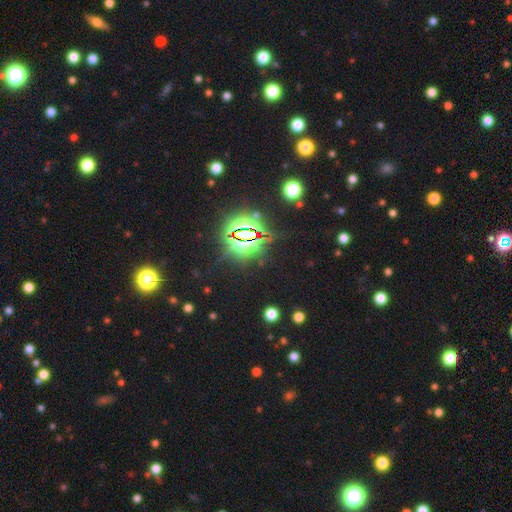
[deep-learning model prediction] Smooth or featured?
  - star or artifact: 82% *
  - smooth: 11%
  - featured or disk: 7%